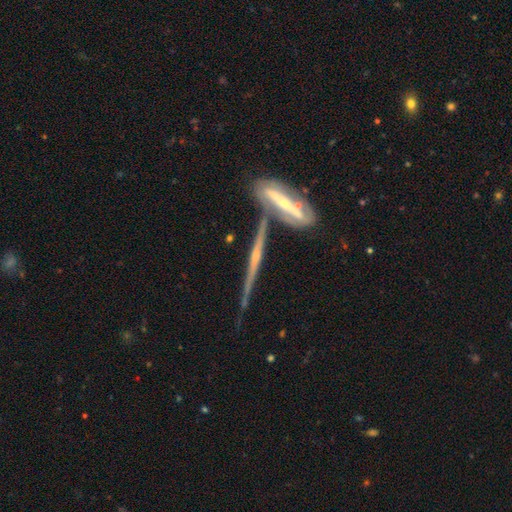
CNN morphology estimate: The model was most divided on "edge-on bulge": rounded: 61%, none: 29%, boxy: 10%. More confident: edge-on disk — yes (93%); smooth or featured — featured or disk (81%); merging — none (57%).